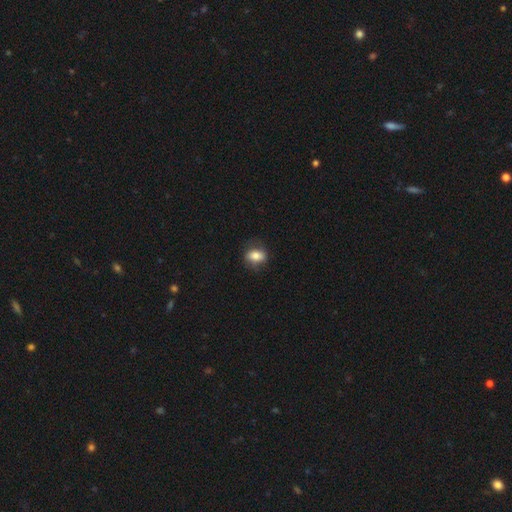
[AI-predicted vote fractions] A smooth galaxy with no disk features (76%) that is in between round and cigar-shaped (75%).

Vote fractions:
- Smooth or featured? smooth: 76% / featured or disk: 16% / star or artifact: 8%
- How rounded? in between: 75% / round: 22% / cigar-shaped: 3%
- Merging? none: 74% / minor disturbance: 18% / major disturbance: 7% / merger: 1%